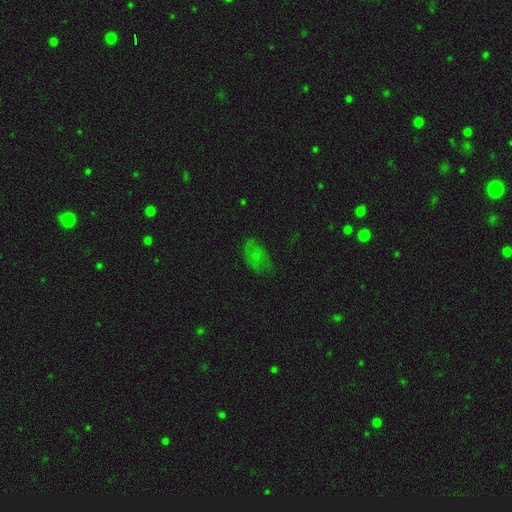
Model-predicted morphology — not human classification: Overall: smooth (56%; featured or disk 22%). How rounded: in between (89%). Merging: none (56%; minor disturbance 28%).